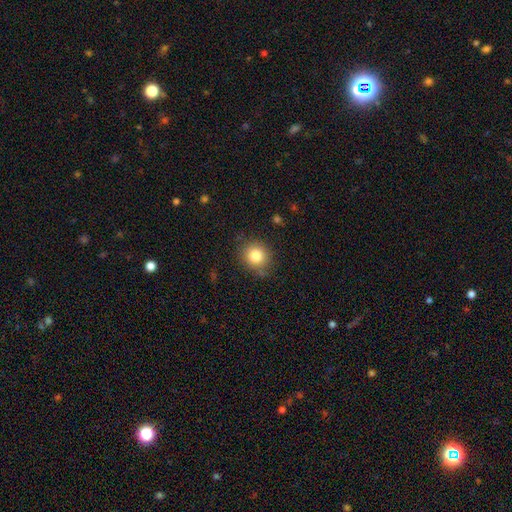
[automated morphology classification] smooth-or-featured: smooth: 82% | star or artifact: 11% | featured or disk: 7%
  how-rounded: round: 85% | in between: 14% | cigar-shaped: 1%
  merging: none: 82% | minor disturbance: 13% | major disturbance: 3% | merger: 2%